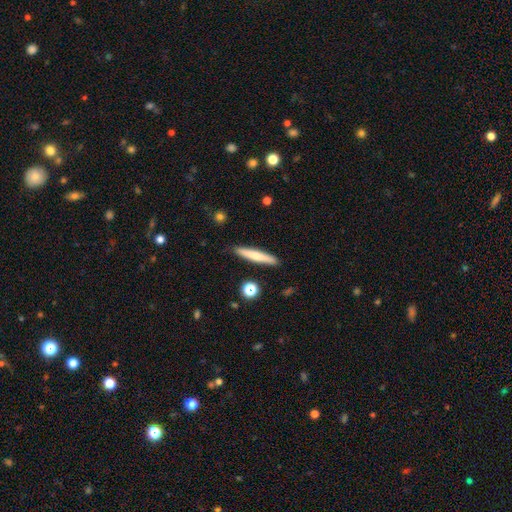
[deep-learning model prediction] Smooth or featured: smooth — 65% (featured or disk — 28%)
How rounded: cigar-shaped — 93% (in between — 6%)
Merging: none — 89% (minor disturbance — 8%)